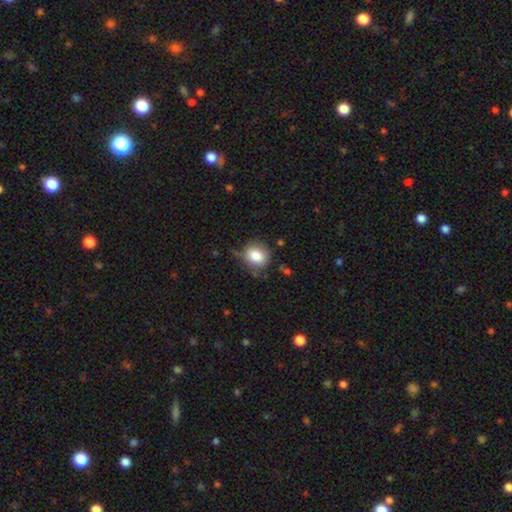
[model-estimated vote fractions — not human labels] smooth-or-featured: smooth: 83% | star or artifact: 9% | featured or disk: 8%
  how-rounded: round: 72% | in between: 27% | cigar-shaped: 1%
  merging: none: 72% | minor disturbance: 20% | major disturbance: 5% | merger: 3%